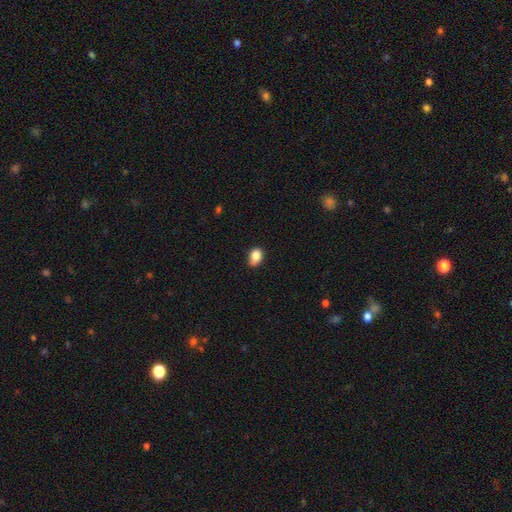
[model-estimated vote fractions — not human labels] Smooth or featured?
  - smooth: 85% *
  - star or artifact: 9%
  - featured or disk: 6%
How rounded?
  - in between: 72% *
  - round: 27%
  - cigar-shaped: 1%
Merging?
  - none: 73% *
  - minor disturbance: 22%
  - major disturbance: 3%
  - merger: 1%